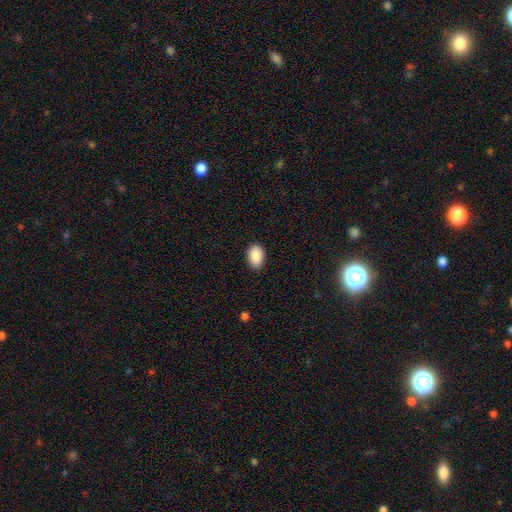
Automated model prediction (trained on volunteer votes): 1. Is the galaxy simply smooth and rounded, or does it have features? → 90% smooth, 7% star or artifact, 3% featured or disk.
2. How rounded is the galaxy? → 89% in between, 10% round, 1% cigar-shaped.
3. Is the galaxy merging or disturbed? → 88% none, 9% minor disturbance, 2% major disturbance, 1% merger.